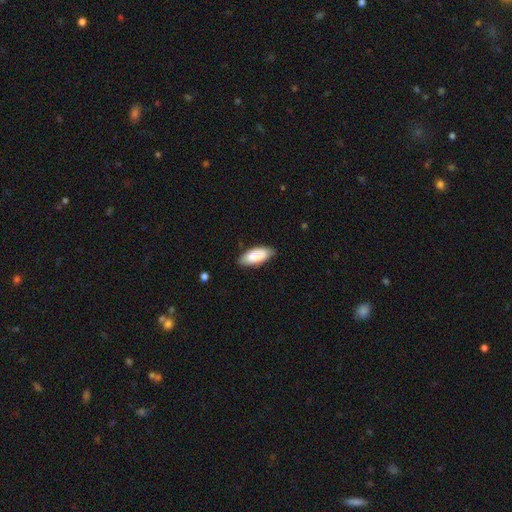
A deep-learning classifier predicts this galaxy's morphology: This appears to be a smooth galaxy with no disk features (87%) that is in between round and cigar-shaped (86%). Merging: none (81%).